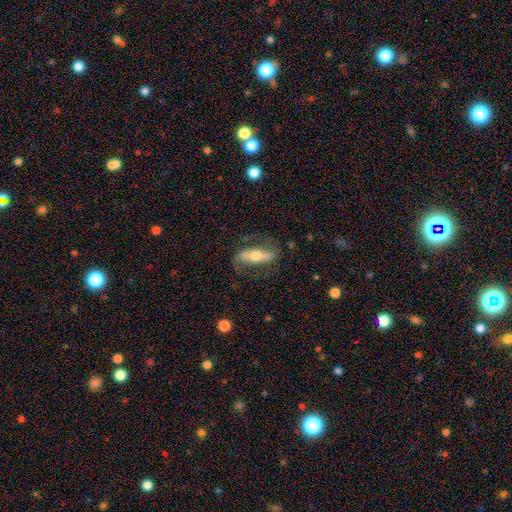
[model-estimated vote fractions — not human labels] Morphology: type=featured or disk (61%); edge-on=no (68%); merging=none (72%).